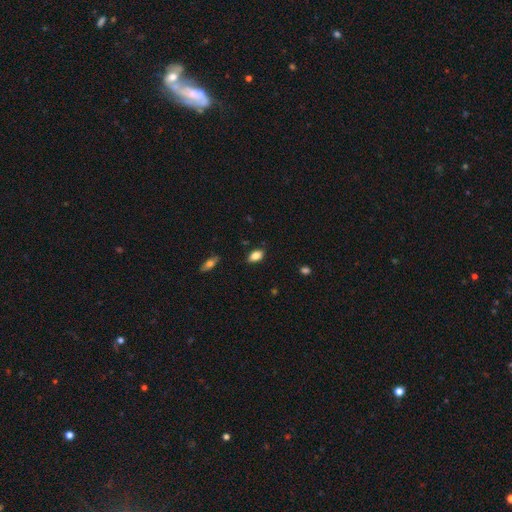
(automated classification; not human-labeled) Smooth or featured? Predicted: smooth (p=0.83). How rounded? Predicted: in between (p=0.88). Merging? Predicted: none (p=0.84).